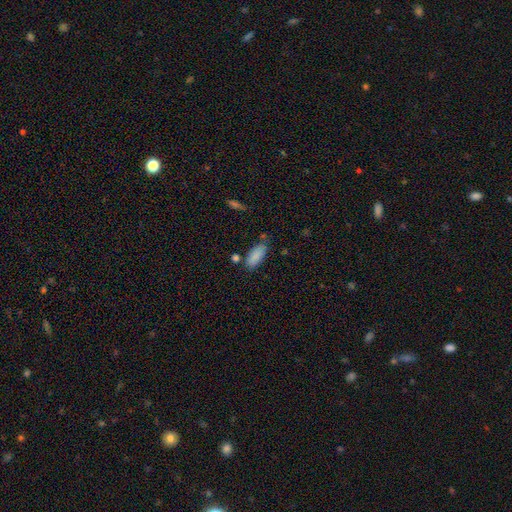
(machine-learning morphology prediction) smooth-or-featured: smooth: 88% | star or artifact: 7% | featured or disk: 5%
  how-rounded: in between: 85% | cigar-shaped: 13% | round: 2%
  merging: none: 73% | minor disturbance: 16% | merger: 7% | major disturbance: 4%